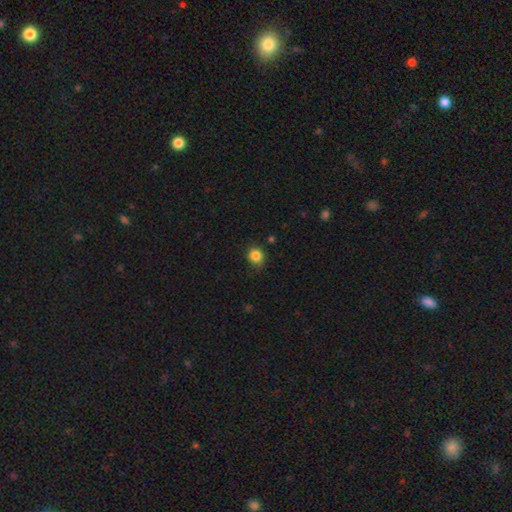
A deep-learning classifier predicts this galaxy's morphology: Q: Smooth or featured?
A: smooth (84%); runner-up: star or artifact (11%)
Q: How rounded?
A: round (74%); runner-up: in between (25%)
Q: Merging?
A: none (79%); runner-up: minor disturbance (17%)